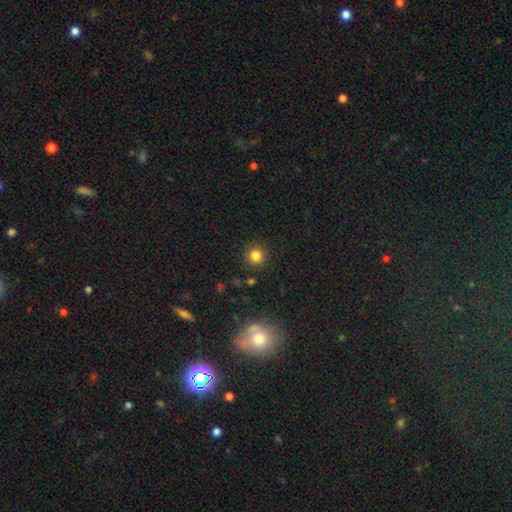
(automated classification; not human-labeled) Overall: smooth (82%). How rounded: round (93%). Merging: none (89%).